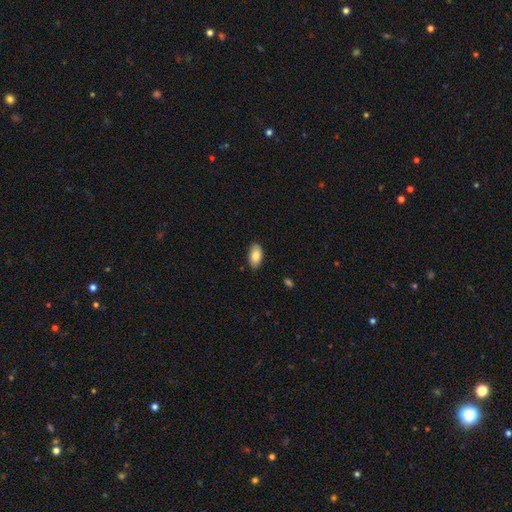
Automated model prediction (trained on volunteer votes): A smooth galaxy with no disk features (85%) that is in between round and cigar-shaped (94%).

Vote fractions:
- Smooth or featured? smooth: 85% / featured or disk: 8% / star or artifact: 7%
- How rounded? in between: 94% / round: 3% / cigar-shaped: 2%
- Merging? none: 86% / minor disturbance: 11% / major disturbance: 2% / merger: 1%